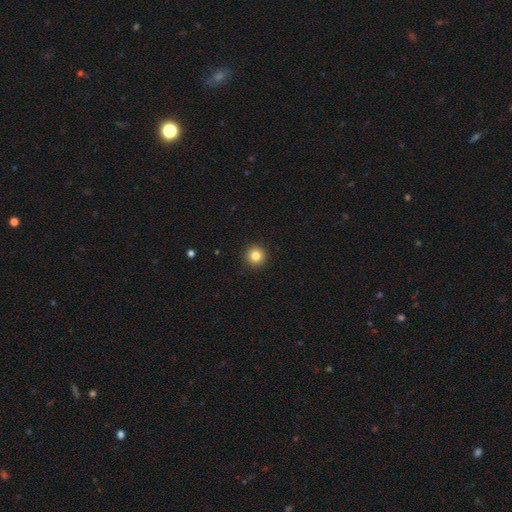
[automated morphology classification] Q: Smooth or featured?
A: smooth (83%); runner-up: star or artifact (11%)
Q: How rounded?
A: round (96%); runner-up: in between (4%)
Q: Merging?
A: none (93%); runner-up: minor disturbance (4%)